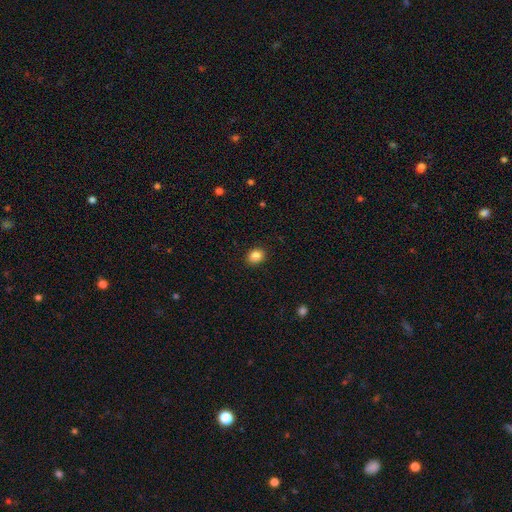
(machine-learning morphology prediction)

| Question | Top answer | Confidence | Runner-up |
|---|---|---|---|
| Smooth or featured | smooth | 86% | star or artifact (10%) |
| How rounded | round | 61% | in between (38%) |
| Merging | none | 91% | minor disturbance (6%) |